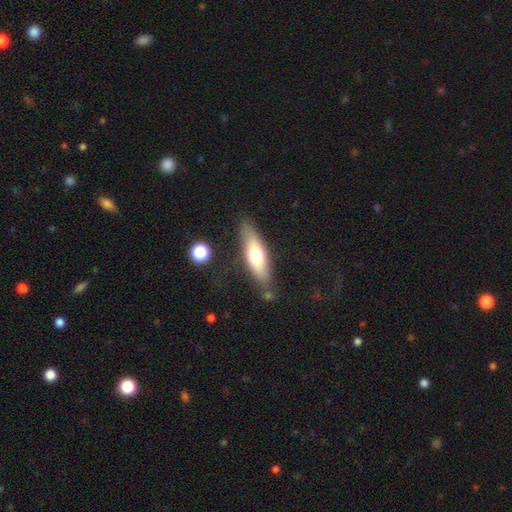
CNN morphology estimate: smooth-or-featured: smooth: 62% | featured or disk: 32% | star or artifact: 6%
  how-rounded: cigar-shaped: 51% | in between: 47% | round: 2%
  merging: none: 76% | minor disturbance: 16% | major disturbance: 4% | merger: 4%